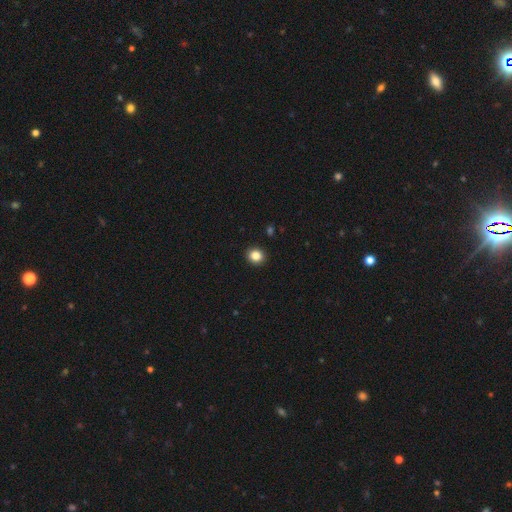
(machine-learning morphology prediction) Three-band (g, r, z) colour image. It shows a smooth galaxy with no disk features (85%) that is round (79%). Merging: none (92%).